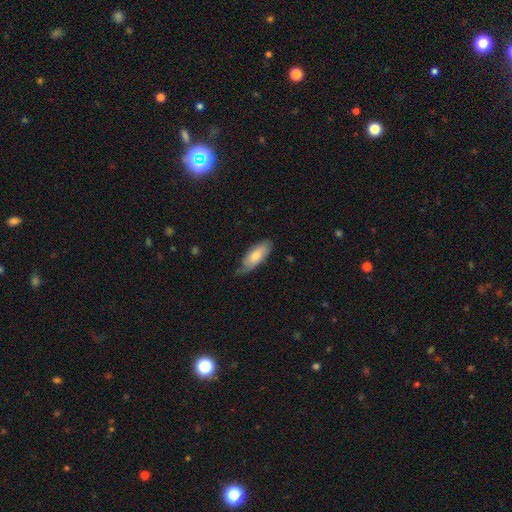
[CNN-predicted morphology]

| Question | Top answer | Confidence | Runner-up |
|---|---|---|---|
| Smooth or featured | smooth | 62% | featured or disk (32%) |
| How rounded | in between | 81% | cigar-shaped (17%) |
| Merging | none | 57% | minor disturbance (33%) |